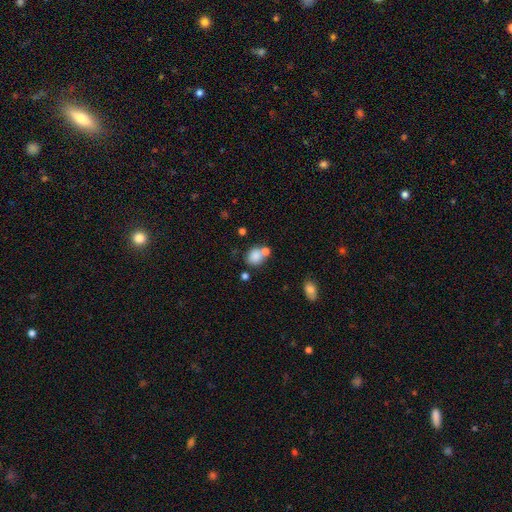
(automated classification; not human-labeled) This appears to be a smooth galaxy with no disk features (82%) that is round (58%). Merging: none (49%).